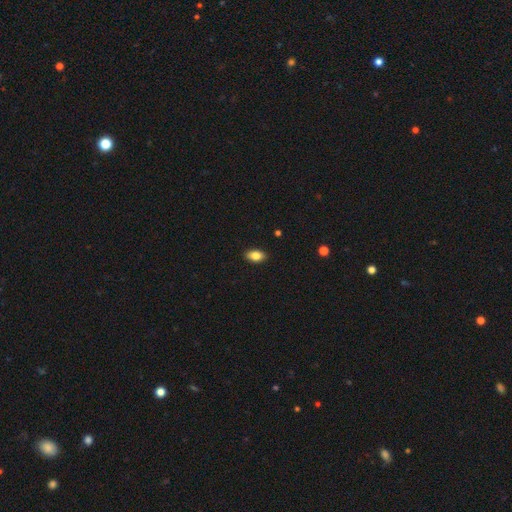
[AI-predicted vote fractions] smooth-or-featured: smooth: 83% | featured or disk: 9% | star or artifact: 8%
  how-rounded: in between: 91% | round: 7% | cigar-shaped: 3%
  merging: none: 89% | minor disturbance: 8% | major disturbance: 2% | merger: 1%